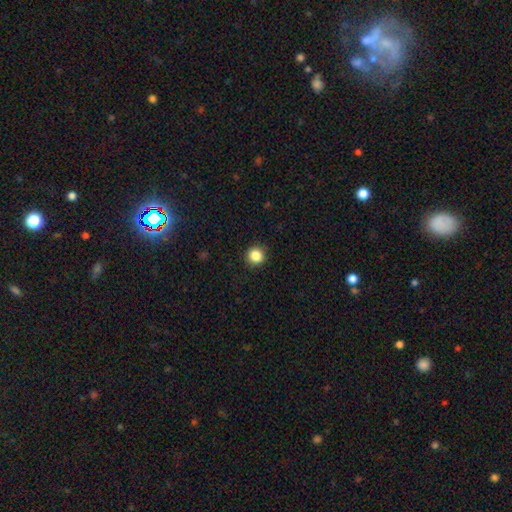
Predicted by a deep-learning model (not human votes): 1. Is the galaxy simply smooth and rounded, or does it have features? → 86% smooth, 10% star or artifact, 4% featured or disk.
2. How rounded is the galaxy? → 91% round, 8% in between, 1% cigar-shaped.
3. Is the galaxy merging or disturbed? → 92% none, 5% minor disturbance, 2% major disturbance, 1% merger.